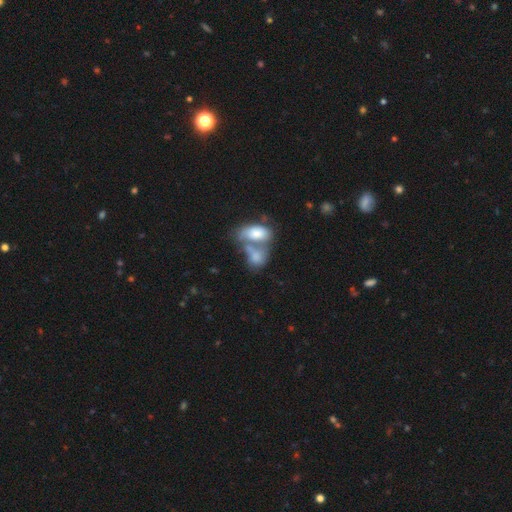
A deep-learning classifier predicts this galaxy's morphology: smooth-or-featured: smooth: 71% | featured or disk: 21% | star or artifact: 8%
  how-rounded: in between: 87% | round: 11% | cigar-shaped: 3%
  merging: merger: 71% | none: 14% | major disturbance: 8% | minor disturbance: 7%